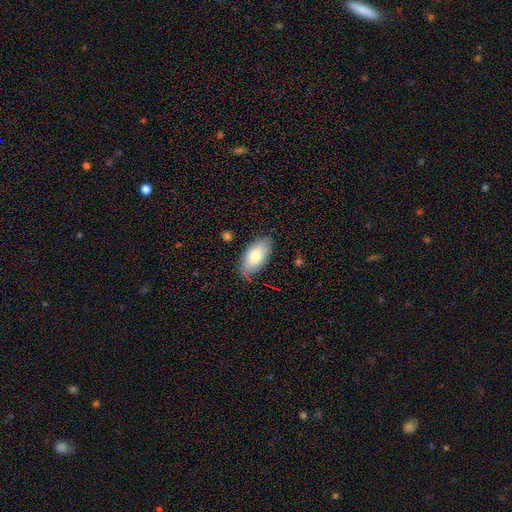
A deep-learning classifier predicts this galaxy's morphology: type=smooth (78%); roundness=in between (94%); merging=none (82%).